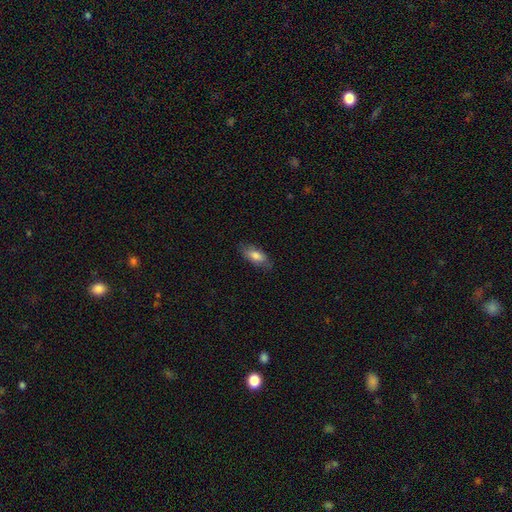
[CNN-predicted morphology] Overall: smooth (77%). How rounded: in between (80%). Merging: none (79%).